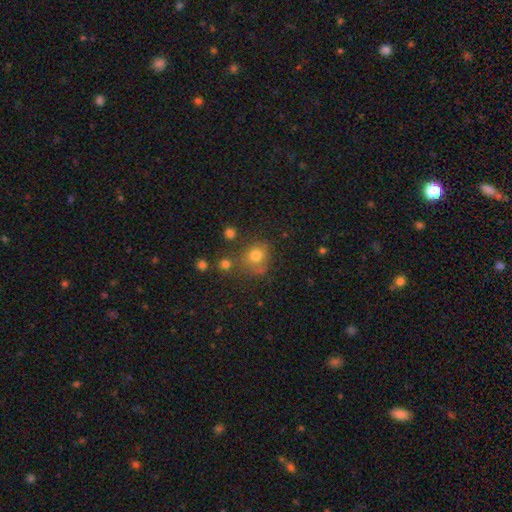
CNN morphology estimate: Smooth or featured: smooth — 76% (star or artifact — 15%)
How rounded: round — 81% (in between — 18%)
Merging: none — 64% (minor disturbance — 16%)